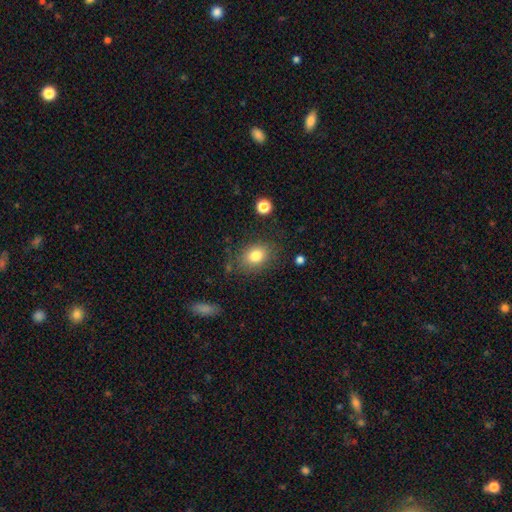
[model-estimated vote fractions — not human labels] This appears to be a smooth galaxy with no disk features (80%) that is in between round and cigar-shaped (58%). Merging: none (78%).